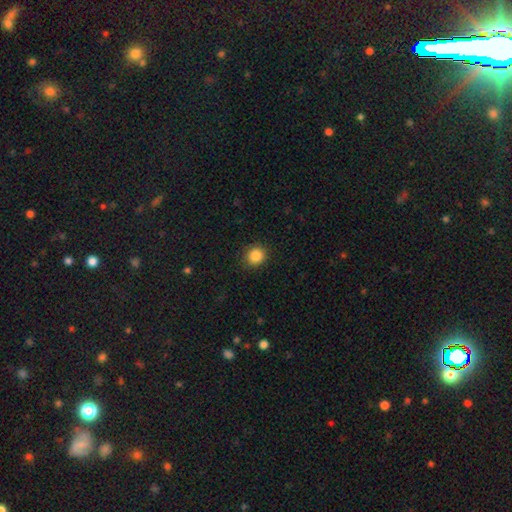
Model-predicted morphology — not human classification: The model was most divided on "how rounded": round: 87%, in between: 12%, cigar-shaped: 1%. More confident: merging — none (90%); smooth or featured — smooth (86%).